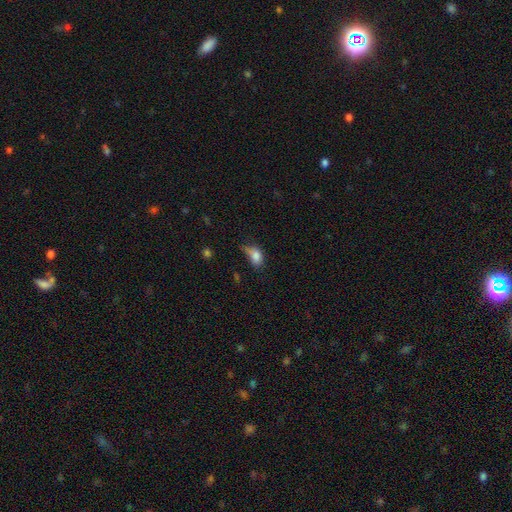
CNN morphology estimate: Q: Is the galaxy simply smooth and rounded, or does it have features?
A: smooth — 79%.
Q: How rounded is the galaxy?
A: in between — 80%.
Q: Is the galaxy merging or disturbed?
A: minor disturbance — 41%.